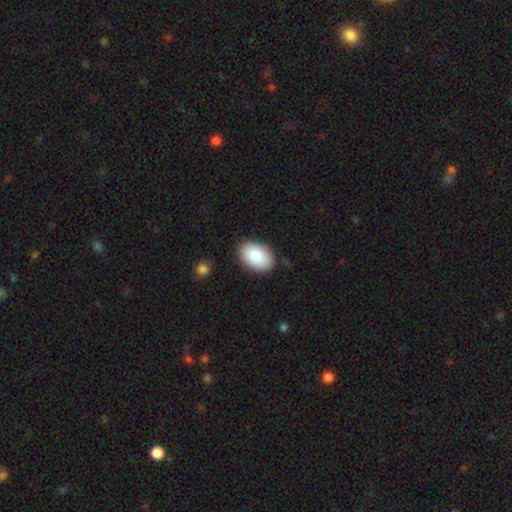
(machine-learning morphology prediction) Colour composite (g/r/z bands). It shows a smooth galaxy with no disk features (87%) that is in between round and cigar-shaped (91%). Merging: none (86%).